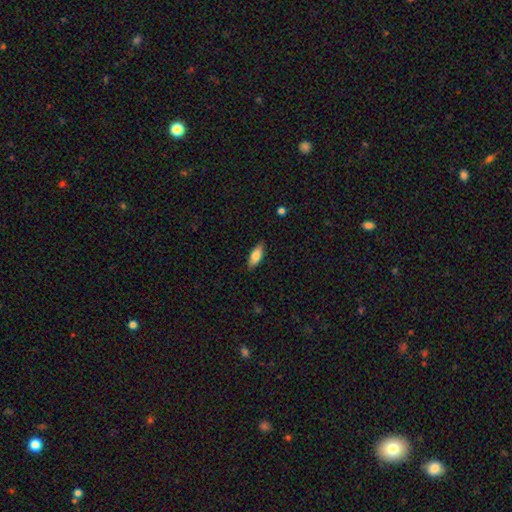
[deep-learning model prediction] A smooth galaxy with no disk features (80%) that is in between round and cigar-shaped (73%).

Vote fractions:
- Smooth or featured? smooth: 80% / featured or disk: 14% / star or artifact: 6%
- How rounded? in between: 73% / cigar-shaped: 25% / round: 2%
- Merging? none: 85% / minor disturbance: 12% / major disturbance: 2% / merger: 1%